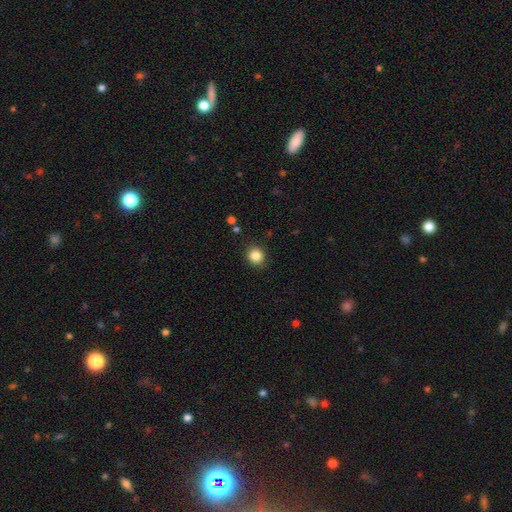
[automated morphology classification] Q: Smooth or featured?
A: smooth (85%); runner-up: star or artifact (11%)
Q: How rounded?
A: round (87%); runner-up: in between (13%)
Q: Merging?
A: none (90%); runner-up: minor disturbance (7%)